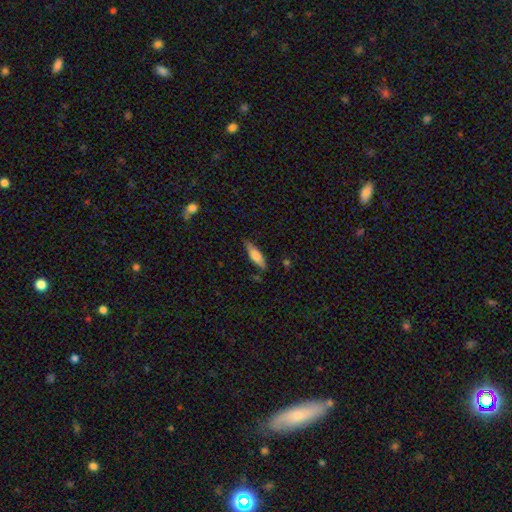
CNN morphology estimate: smooth_or_featured: smooth (p=0.61) [alt: featured or disk p=0.33]
how_rounded: cigar-shaped (p=0.64) [alt: in between p=0.34]
merging: none (p=0.80) [alt: minor disturbance p=0.15]